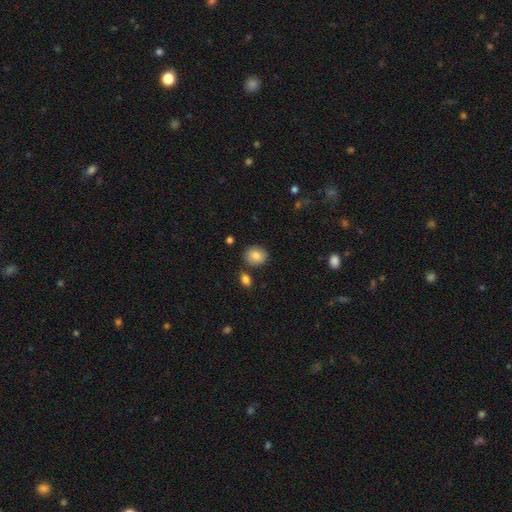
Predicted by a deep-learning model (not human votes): A smooth galaxy with no disk features (83%) that is round (64%).

Vote fractions:
- Smooth or featured? smooth: 83% / featured or disk: 9% / star or artifact: 8%
- How rounded? round: 64% / in between: 35% / cigar-shaped: 1%
- Merging? none: 81% / minor disturbance: 11% / merger: 6% / major disturbance: 2%